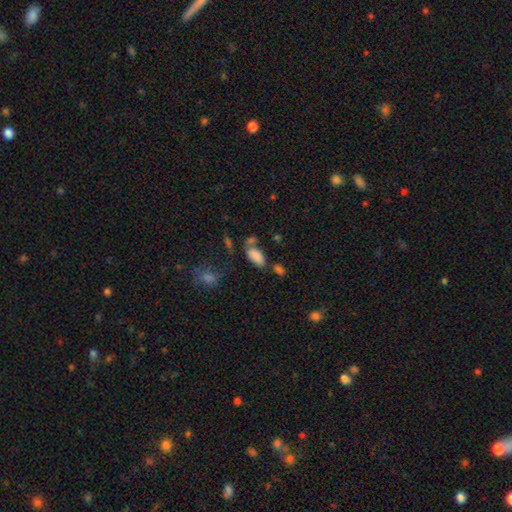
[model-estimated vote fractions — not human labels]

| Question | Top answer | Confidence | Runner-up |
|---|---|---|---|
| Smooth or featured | smooth | 82% | star or artifact (10%) |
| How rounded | in between | 93% | cigar-shaped (4%) |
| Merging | none | 53% | merger (23%) |